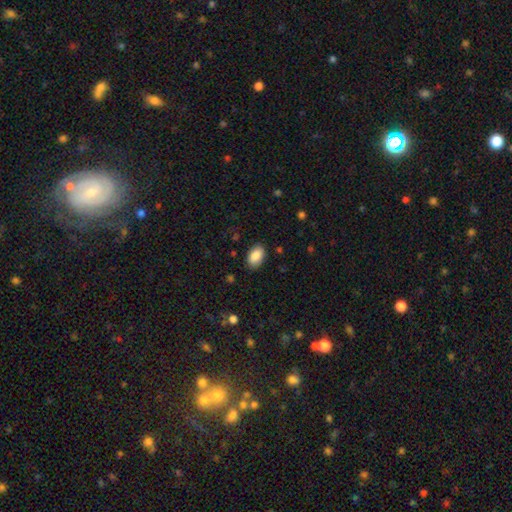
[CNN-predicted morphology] Q: Smooth or featured?
A: smooth (88%); runner-up: star or artifact (7%)
Q: How rounded?
A: in between (92%); runner-up: round (7%)
Q: Merging?
A: none (87%); runner-up: minor disturbance (10%)